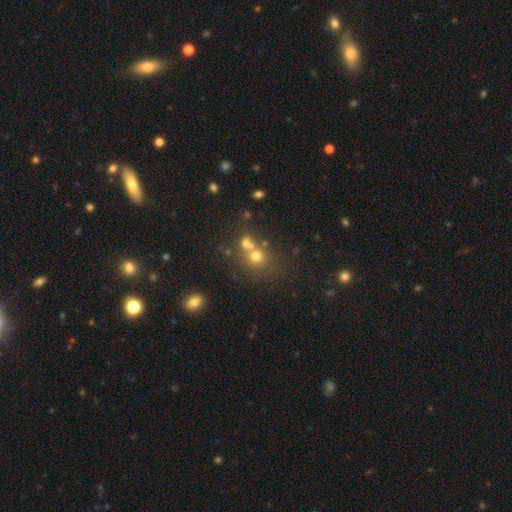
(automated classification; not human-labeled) Q: Smooth or featured?
A: smooth (56%); runner-up: star or artifact (28%)
Q: How rounded?
A: round (81%); runner-up: in between (18%)
Q: Merging?
A: none (47%); runner-up: merger (42%)